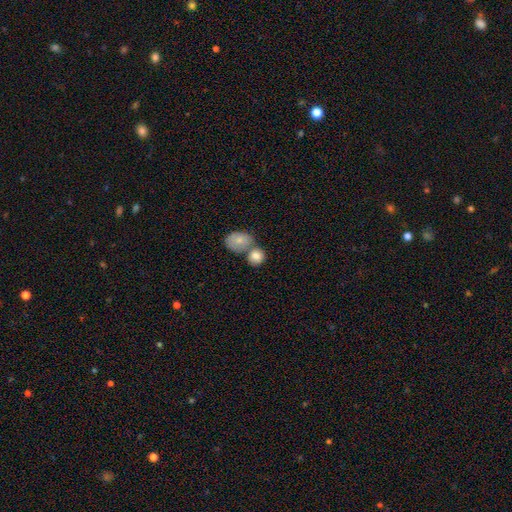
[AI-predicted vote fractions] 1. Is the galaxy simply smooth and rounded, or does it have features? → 83% smooth, 10% featured or disk, 8% star or artifact.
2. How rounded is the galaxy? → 70% round, 28% in between, 1% cigar-shaped.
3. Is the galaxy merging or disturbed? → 47% merger, 41% none, 9% minor disturbance, 3% major disturbance.